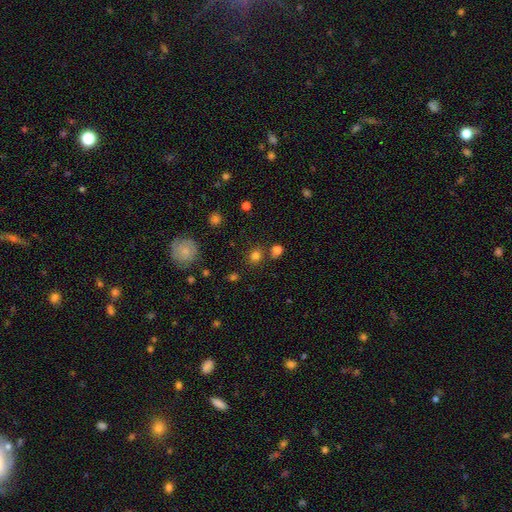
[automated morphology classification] The model was most divided on "how rounded": round: 77%, in between: 22%, cigar-shaped: 1%. More confident: smooth or featured — smooth (77%); merging — none (76%).